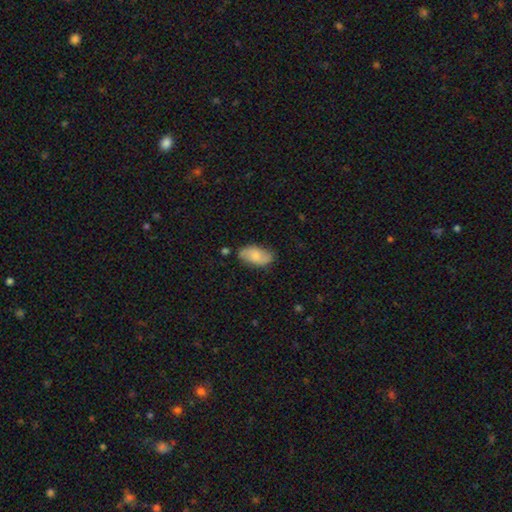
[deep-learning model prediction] Overall: smooth (67%; featured or disk 27%). How rounded: in between (93%). Merging: none (75%).